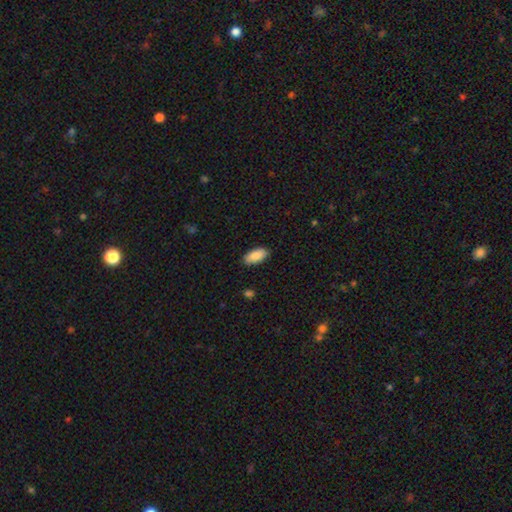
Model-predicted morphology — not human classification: smooth 88%, star or artifact 6%, featured or disk 6%. Down the decision tree: how rounded — in between (92%); merging — none (87%).